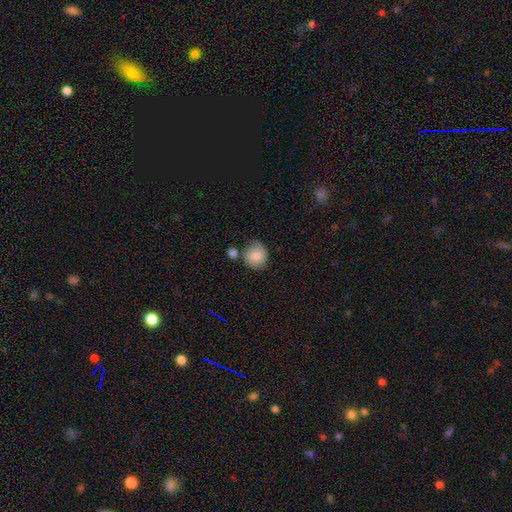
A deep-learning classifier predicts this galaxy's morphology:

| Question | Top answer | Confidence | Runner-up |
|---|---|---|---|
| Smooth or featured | smooth | 83% | featured or disk (9%) |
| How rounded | round | 85% | in between (14%) |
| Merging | none | 58% | minor disturbance (22%) |